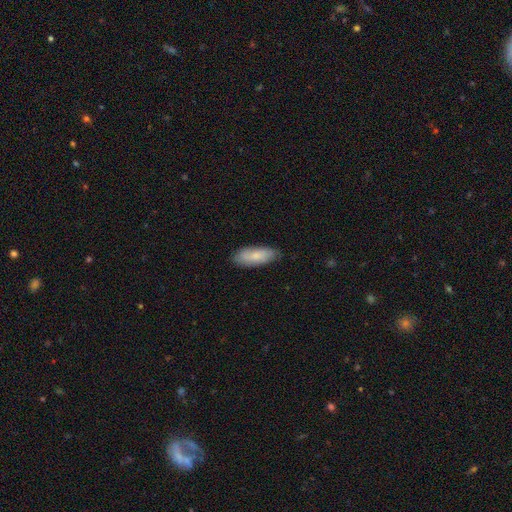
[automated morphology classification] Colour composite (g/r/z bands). It shows a smooth galaxy with no disk features (74%) that is in between round and cigar-shaped (76%). Merging: none (82%).